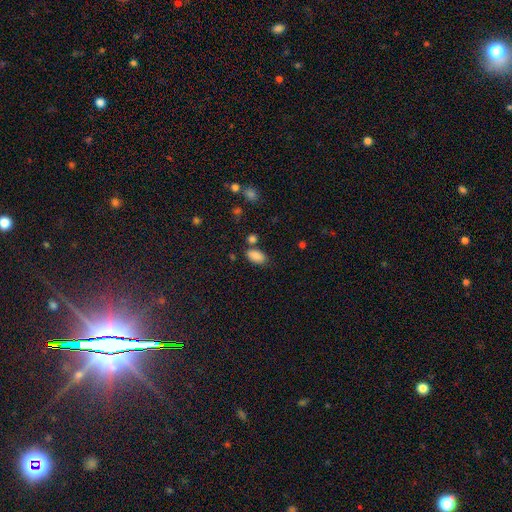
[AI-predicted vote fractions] This is clearly a smooth galaxy (87%). How rounded: clearly in between (93%). Merging: likely none (71%).